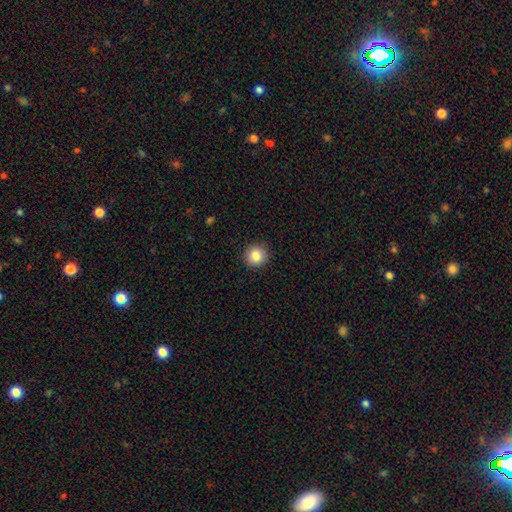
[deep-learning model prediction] Smooth or featured?
  - smooth: 85% *
  - star or artifact: 9%
  - featured or disk: 6%
How rounded?
  - round: 94% *
  - in between: 5%
  - cigar-shaped: 1%
Merging?
  - none: 92% *
  - minor disturbance: 5%
  - major disturbance: 2%
  - merger: 1%